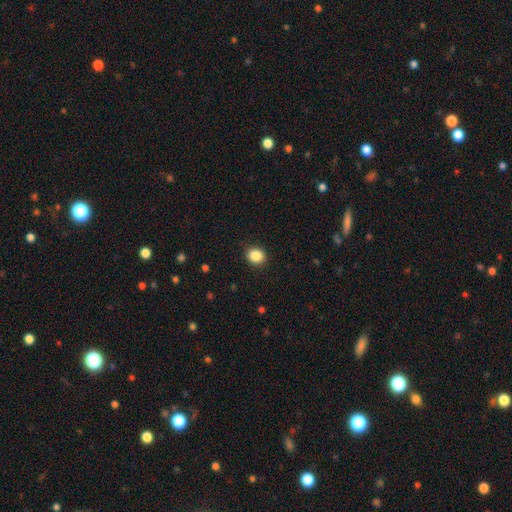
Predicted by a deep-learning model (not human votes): Smooth or featured? smooth (88%)
How rounded? round (70%)
Merging? none (90%)